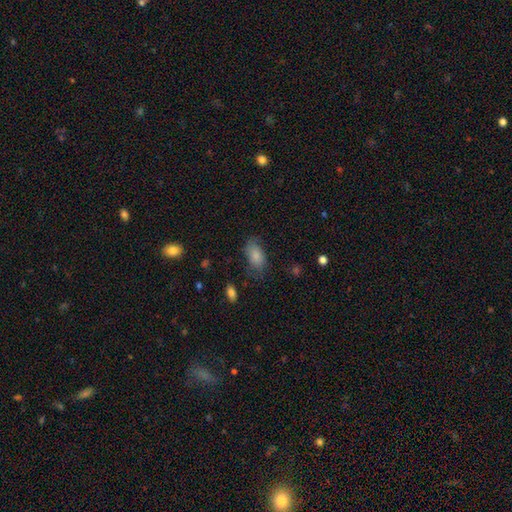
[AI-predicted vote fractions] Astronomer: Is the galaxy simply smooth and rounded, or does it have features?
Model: smooth — 82%.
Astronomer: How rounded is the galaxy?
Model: in between — 91%.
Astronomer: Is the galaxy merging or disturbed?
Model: none — 63%.